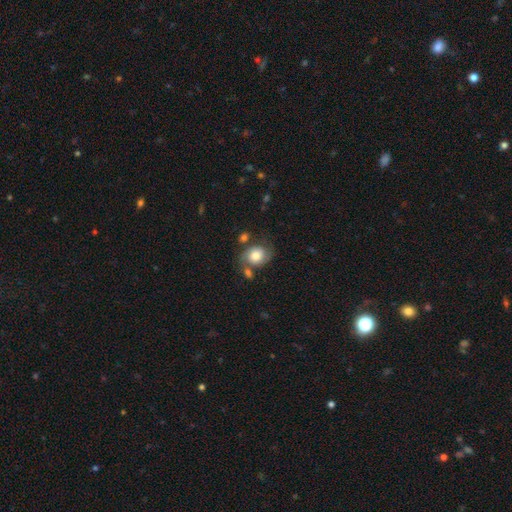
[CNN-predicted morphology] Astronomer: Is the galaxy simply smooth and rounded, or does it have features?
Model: smooth — 55% (runner-up: featured or disk, 37%).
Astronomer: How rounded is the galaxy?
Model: round — 55% (runner-up: in between, 44%).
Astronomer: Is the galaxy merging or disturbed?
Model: none — 55%.